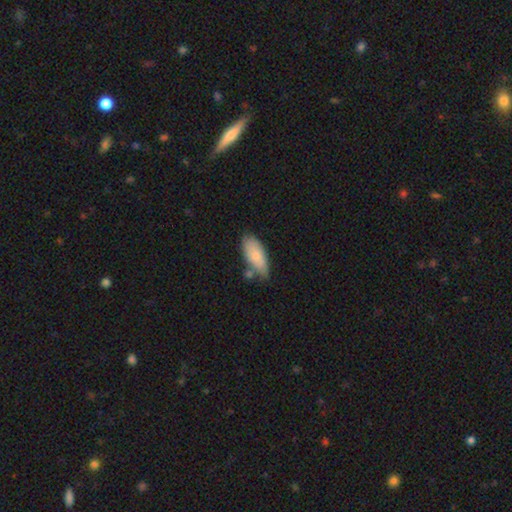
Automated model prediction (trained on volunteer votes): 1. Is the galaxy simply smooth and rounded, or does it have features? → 79% smooth, 15% featured or disk, 6% star or artifact.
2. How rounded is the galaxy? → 86% in between, 12% cigar-shaped, 2% round.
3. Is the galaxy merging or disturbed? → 60% none, 25% minor disturbance, 11% merger, 5% major disturbance.